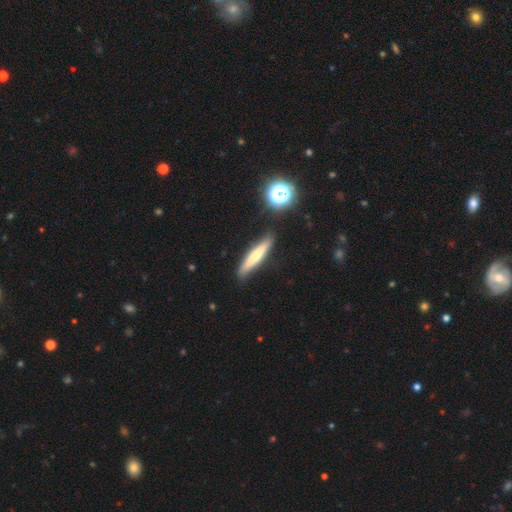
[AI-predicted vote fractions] Smooth or featured: smooth — 59% (featured or disk — 33%)
How rounded: cigar-shaped — 91% (in between — 7%)
Merging: none — 85% (minor disturbance — 10%)